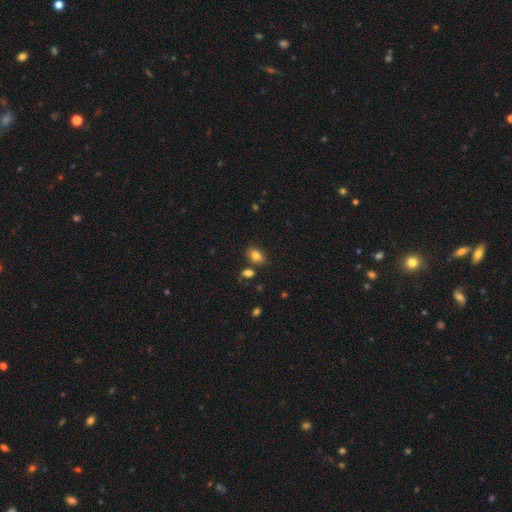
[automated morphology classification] smooth 82%, featured or disk 9%, star or artifact 9%. Down the decision tree: how rounded — in between (88%); merging — none (76%).